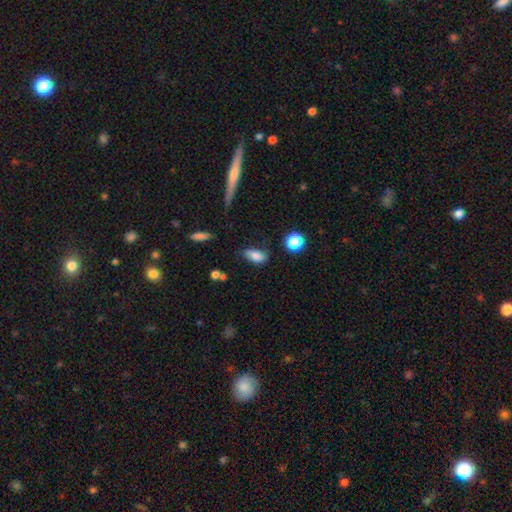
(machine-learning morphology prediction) Q: Smooth or featured?
A: smooth (79%); runner-up: featured or disk (11%)
Q: How rounded?
A: in between (87%); runner-up: cigar-shaped (7%)
Q: Merging?
A: none (57%); runner-up: minor disturbance (30%)